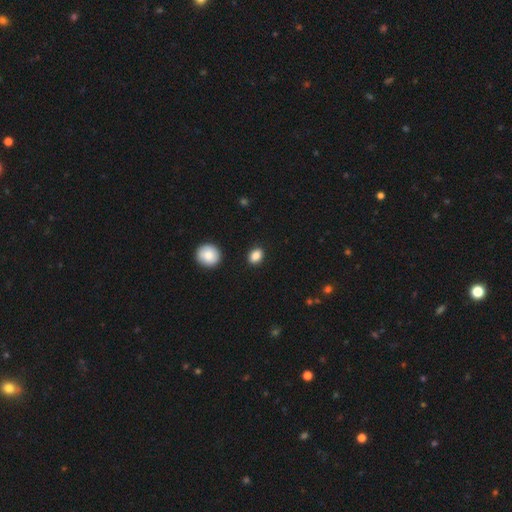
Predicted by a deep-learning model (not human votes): smooth-or-featured: smooth: 87% | star or artifact: 9% | featured or disk: 4%
  how-rounded: in between: 68% | round: 30% | cigar-shaped: 2%
  merging: none: 88% | minor disturbance: 8% | major disturbance: 2% | merger: 2%